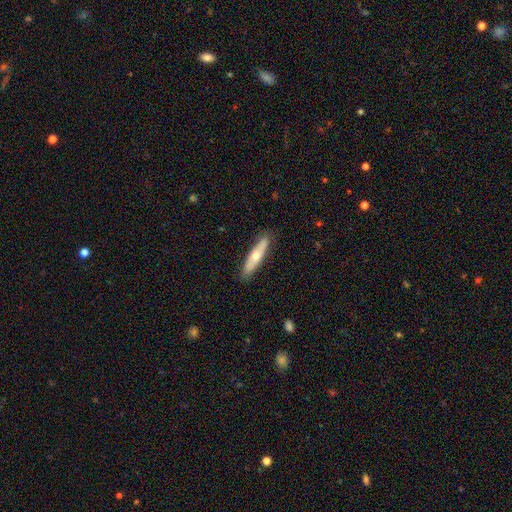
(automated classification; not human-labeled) Smooth or featured?
  - featured or disk: 47% * (tied)
  - smooth: 47% * (tied)
  - star or artifact: 6%
Merging?
  - none: 89% *
  - minor disturbance: 8%
  - major disturbance: 2%
  - merger: 1%